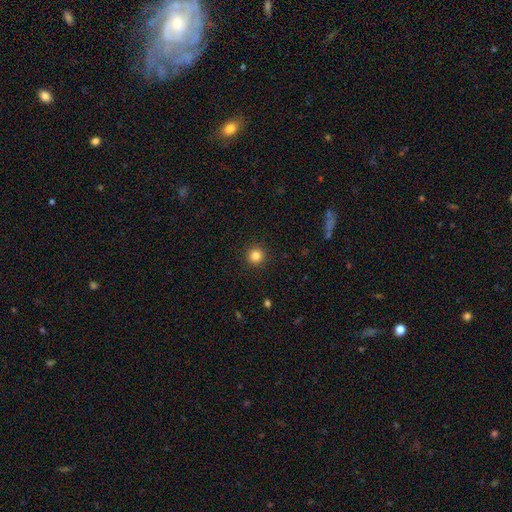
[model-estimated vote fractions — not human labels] This is clearly a smooth galaxy (84%). How rounded: clearly round (96%). Merging: clearly none (92%).